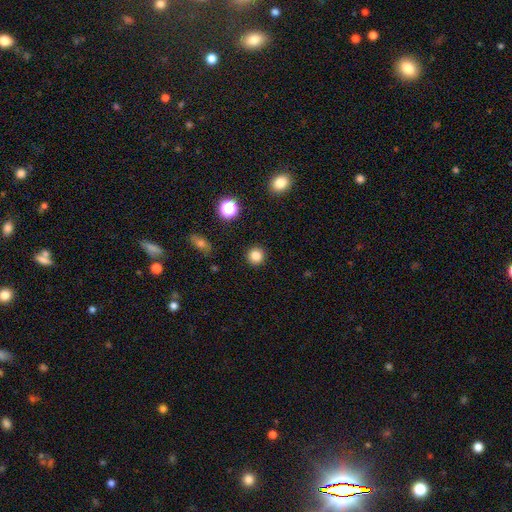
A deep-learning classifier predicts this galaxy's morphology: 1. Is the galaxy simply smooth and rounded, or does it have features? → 83% smooth, 13% star or artifact, 5% featured or disk.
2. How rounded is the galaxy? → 94% round, 5% in between, 1% cigar-shaped.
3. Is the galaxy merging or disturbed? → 92% none, 5% minor disturbance, 2% major disturbance, 1% merger.